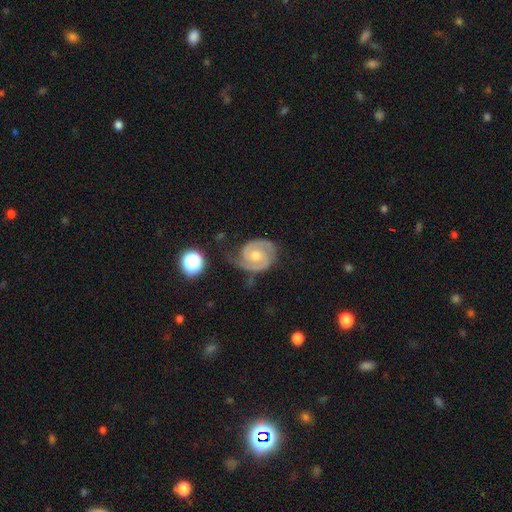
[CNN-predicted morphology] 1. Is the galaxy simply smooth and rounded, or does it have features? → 87% featured or disk, 8% smooth, 5% star or artifact.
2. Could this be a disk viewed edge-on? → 98% no, 2% yes.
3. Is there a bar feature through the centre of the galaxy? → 63% no, 31% weak, 6% strong.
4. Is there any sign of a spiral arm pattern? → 97% yes, 3% no.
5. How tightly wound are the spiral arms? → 54% tight, 39% medium, 8% loose.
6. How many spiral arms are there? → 87% 2, 5% can't tell, 3% 1, 3% 3, 1% 4, 1% more than 4.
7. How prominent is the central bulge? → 65% moderate, 29% small, 3% large, 2% none, 1% dominant.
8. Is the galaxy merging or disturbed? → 64% none, 24% minor disturbance, 10% major disturbance, 3% merger.